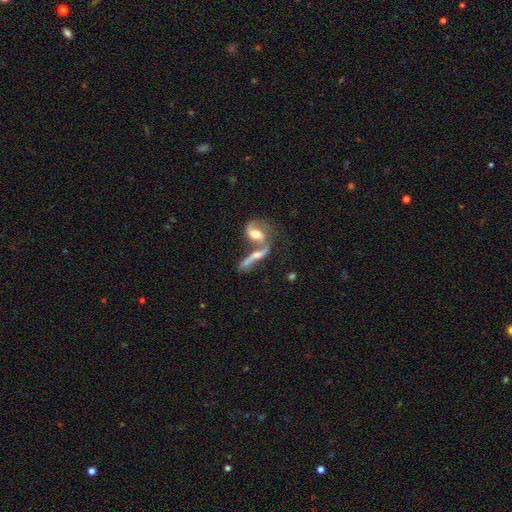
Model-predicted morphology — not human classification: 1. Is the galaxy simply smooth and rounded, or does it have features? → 60% featured or disk, 32% smooth, 8% star or artifact.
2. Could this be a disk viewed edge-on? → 72% no, 28% yes.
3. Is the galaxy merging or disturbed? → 64% merger, 20% none, 8% minor disturbance, 8% major disturbance.